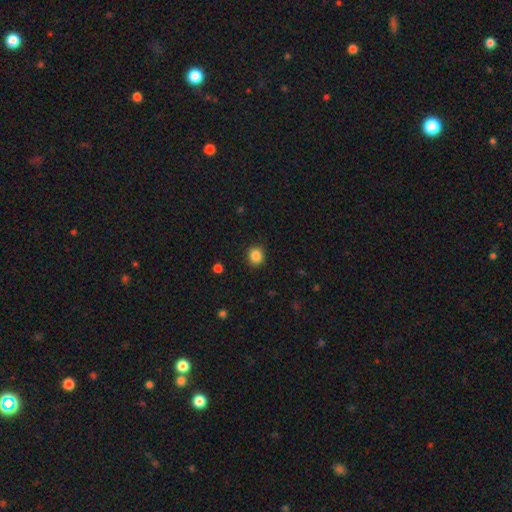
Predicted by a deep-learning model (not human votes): This appears to be a smooth galaxy with no disk features (86%) that is round (80%). Merging: none (90%).